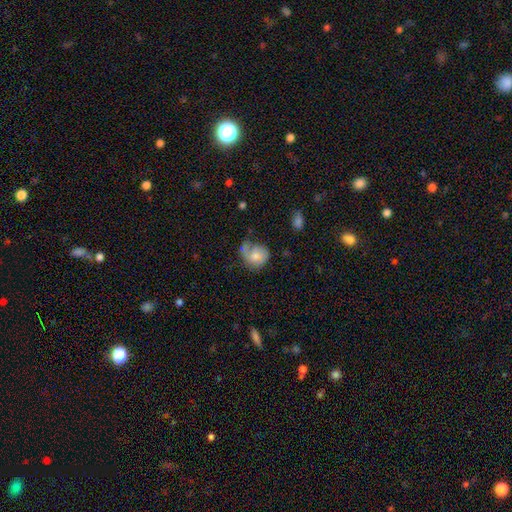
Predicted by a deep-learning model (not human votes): Q: Smooth or featured?
A: smooth (62%); runner-up: featured or disk (30%)
Q: How rounded?
A: round (65%); runner-up: in between (34%)
Q: Merging?
A: none (39%); runner-up: minor disturbance (29%)